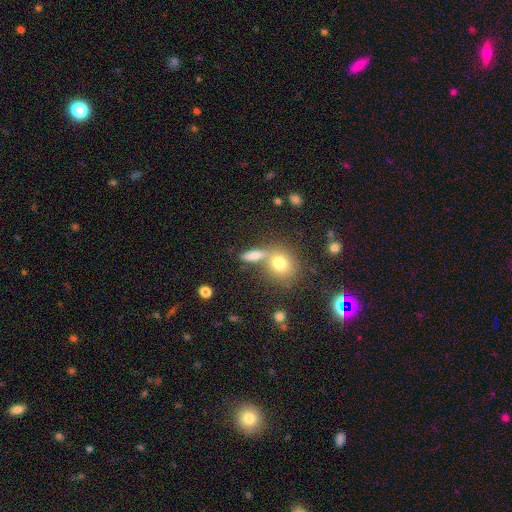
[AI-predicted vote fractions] A smooth galaxy with no disk features (65%) that is in between round and cigar-shaped (46%). Merging: none (52%).